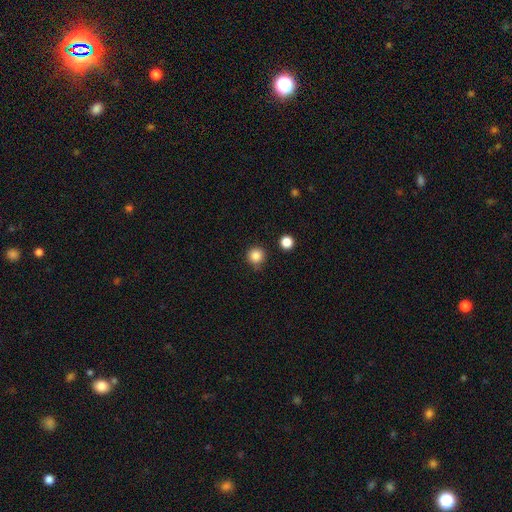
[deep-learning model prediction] This appears to be a smooth galaxy with no disk features (86%) that is round (95%). Merging: none (86%).